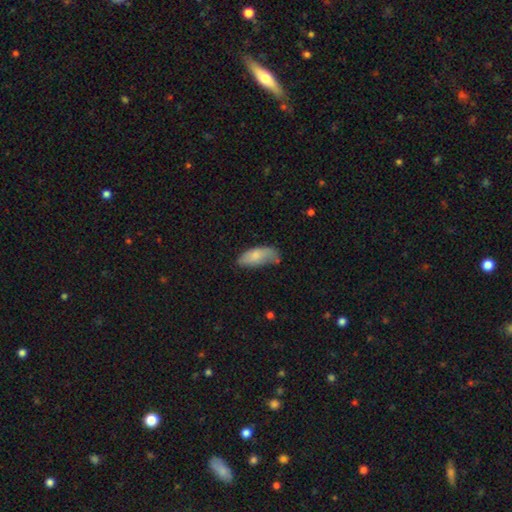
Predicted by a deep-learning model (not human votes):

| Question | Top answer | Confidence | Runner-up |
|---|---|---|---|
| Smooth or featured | smooth | 79% | featured or disk (15%) |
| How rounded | in between | 85% | cigar-shaped (13%) |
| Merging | none | 44% | minor disturbance (38%) |